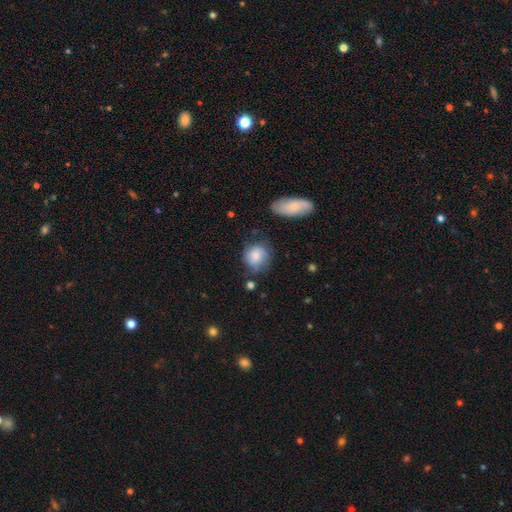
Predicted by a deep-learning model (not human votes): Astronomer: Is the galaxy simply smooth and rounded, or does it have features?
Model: smooth — 76%.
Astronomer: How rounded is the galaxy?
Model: round — 73%.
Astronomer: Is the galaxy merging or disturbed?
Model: none — 60%.